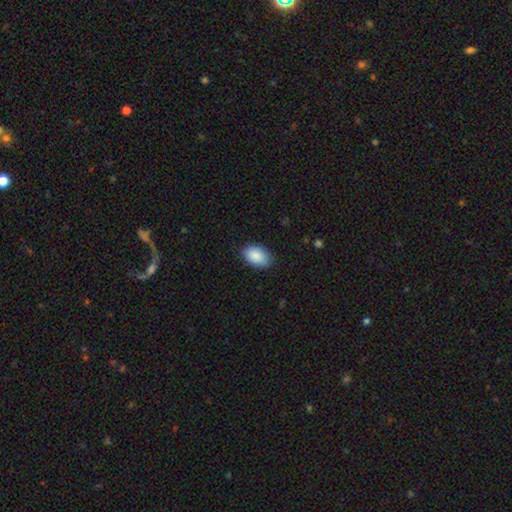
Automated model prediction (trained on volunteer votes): Smooth or featured? Predicted: smooth (p=0.89). How rounded? Predicted: in between (p=0.92). Merging? Predicted: none (p=0.84).